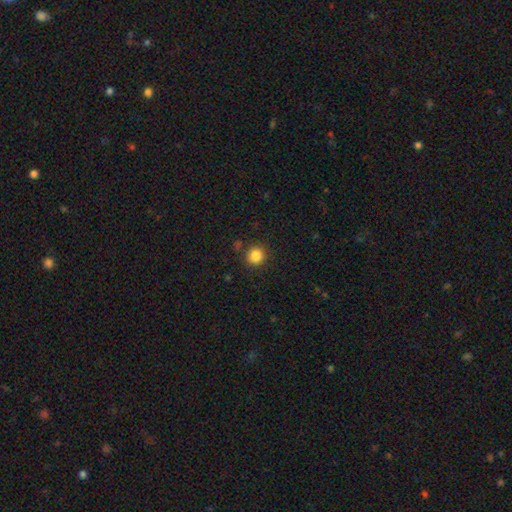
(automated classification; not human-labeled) smooth 85%, star or artifact 11%, featured or disk 4%. Down the decision tree: how rounded — round (90%); merging — none (88%).